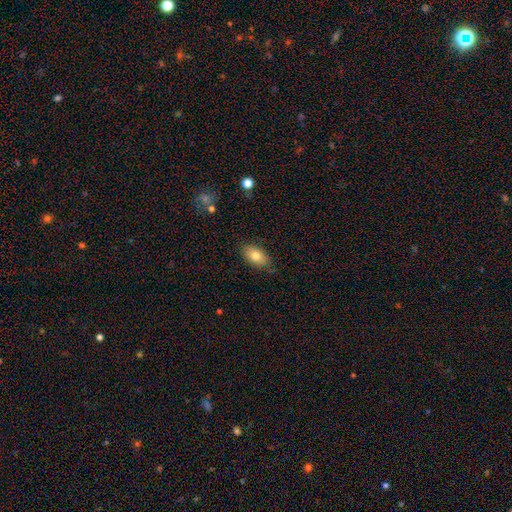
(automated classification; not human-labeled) smooth 80%, featured or disk 13%, star or artifact 7%. Down the decision tree: how rounded — in between (92%); merging — none (81%).